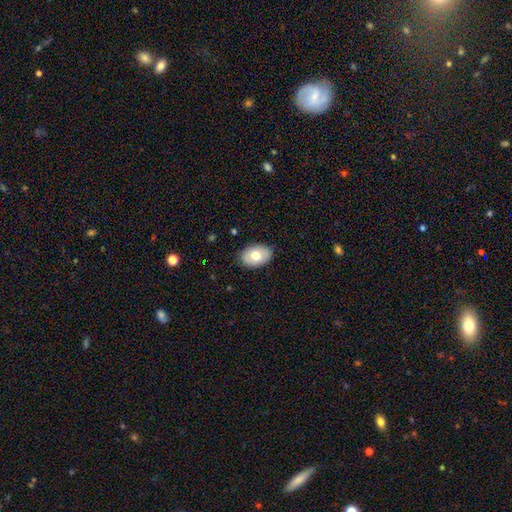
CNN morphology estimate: smooth-or-featured: smooth: 71% | featured or disk: 22% | star or artifact: 7%
  how-rounded: in between: 85% | round: 14% | cigar-shaped: 1%
  merging: none: 86% | minor disturbance: 11% | major disturbance: 2% | merger: 1%